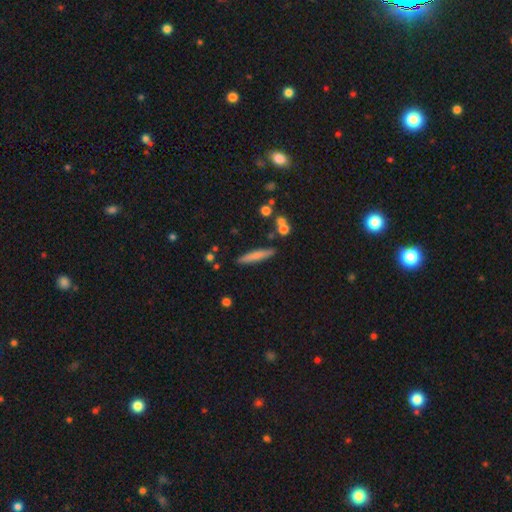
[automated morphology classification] A smooth galaxy with no disk features (74%) that is cigar-shaped (91%). Merging: none (86%).